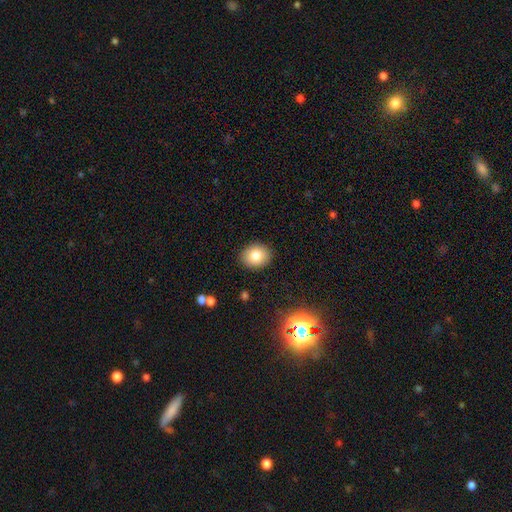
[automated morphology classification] Smooth or featured? smooth (80%)
How rounded? round (63%)
Merging? none (89%)